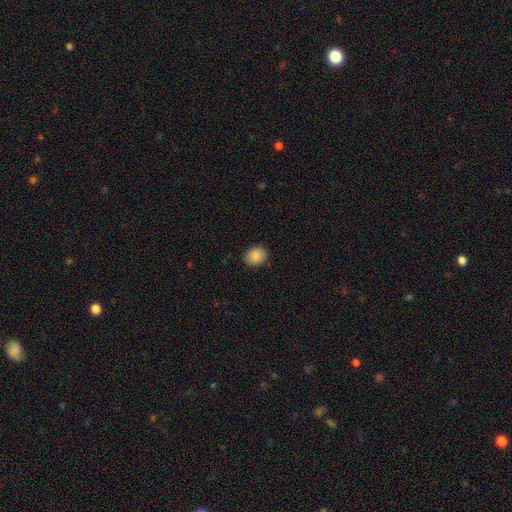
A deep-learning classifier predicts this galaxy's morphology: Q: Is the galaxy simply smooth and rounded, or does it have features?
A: smooth — 87%.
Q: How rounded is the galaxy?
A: round — 58%.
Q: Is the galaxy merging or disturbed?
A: none — 88%.